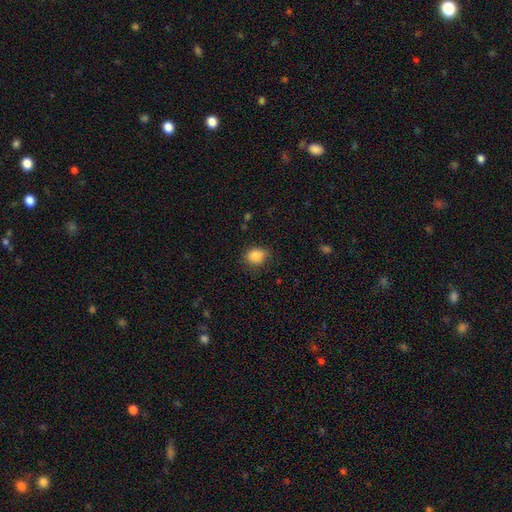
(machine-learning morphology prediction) The model was most divided on "how rounded": round: 56%, in between: 43%, cigar-shaped: 1%. More confident: smooth or featured — smooth (86%); merging — none (72%).